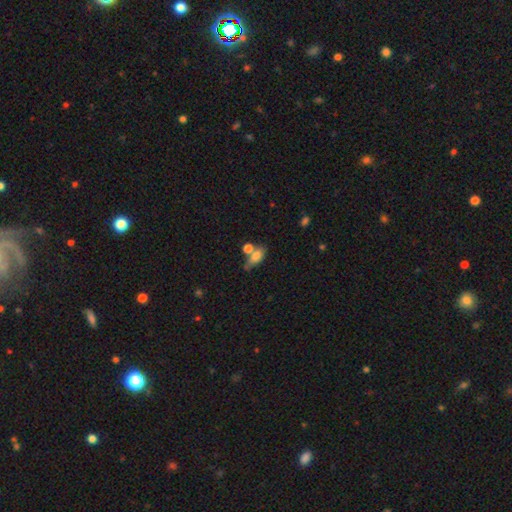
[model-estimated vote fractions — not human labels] Smooth or featured: smooth — 74% (featured or disk — 16%)
How rounded: in between — 79% (cigar-shaped — 12%)
Merging: none — 41% (merger — 33%)